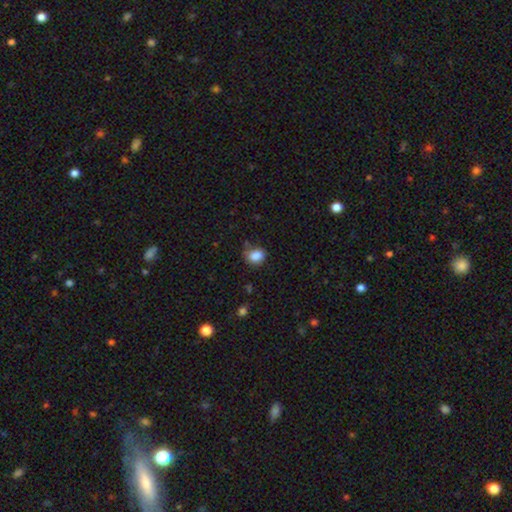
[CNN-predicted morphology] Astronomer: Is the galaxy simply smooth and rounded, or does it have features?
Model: smooth — 85%.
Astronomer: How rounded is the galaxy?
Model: in between — 60% (runner-up: round, 38%).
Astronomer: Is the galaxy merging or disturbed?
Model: none — 64%.